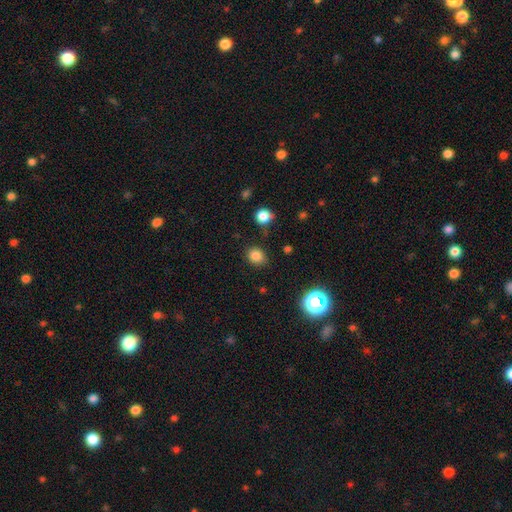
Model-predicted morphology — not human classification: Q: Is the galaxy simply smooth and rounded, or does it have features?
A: smooth — 82%.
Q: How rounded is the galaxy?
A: round — 68%.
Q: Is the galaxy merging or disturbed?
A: none — 81%.